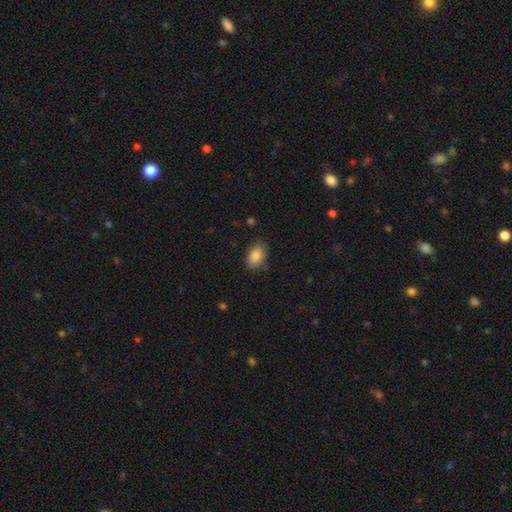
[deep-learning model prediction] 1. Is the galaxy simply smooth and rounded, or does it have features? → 86% smooth, 7% featured or disk, 7% star or artifact.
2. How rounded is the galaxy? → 89% in between, 10% round, 1% cigar-shaped.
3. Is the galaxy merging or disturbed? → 81% none, 15% minor disturbance, 3% major disturbance, 1% merger.